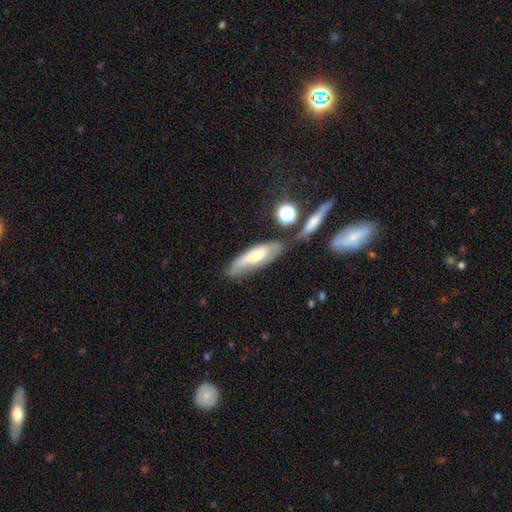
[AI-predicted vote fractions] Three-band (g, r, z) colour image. It shows a smooth galaxy with no disk features (58%) that is cigar-shaped (50%). Merging: none (48%).